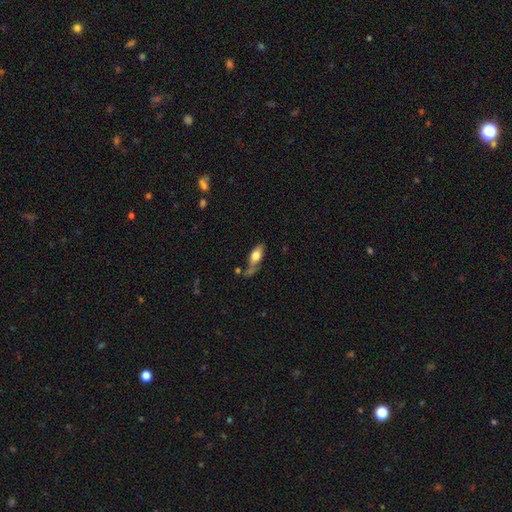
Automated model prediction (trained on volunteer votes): Smooth or featured?
  - smooth: 70% *
  - featured or disk: 23%
  - star or artifact: 7%
How rounded?
  - in between: 81% *
  - cigar-shaped: 15%
  - round: 4%
Merging?
  - none: 46% *
  - minor disturbance: 24%
  - merger: 16%
  - major disturbance: 13%